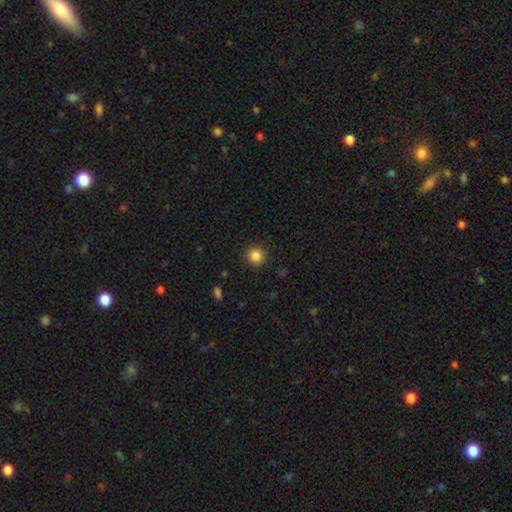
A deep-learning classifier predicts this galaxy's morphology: Smooth or featured?
  - smooth: 85% *
  - star or artifact: 11%
  - featured or disk: 4%
How rounded?
  - round: 94% *
  - in between: 5%
  - cigar-shaped: 1%
Merging?
  - none: 91% *
  - minor disturbance: 6%
  - major disturbance: 2%
  - merger: 1%